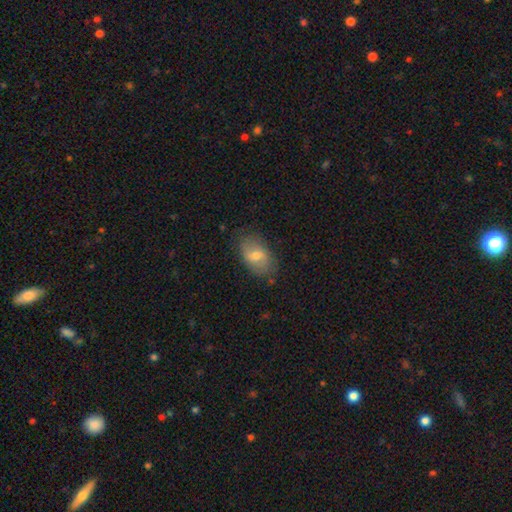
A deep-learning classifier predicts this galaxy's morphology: Smooth or featured? Predicted: smooth (p=0.61). How rounded? Predicted: in between (p=0.89). Merging? Predicted: none (p=0.78).